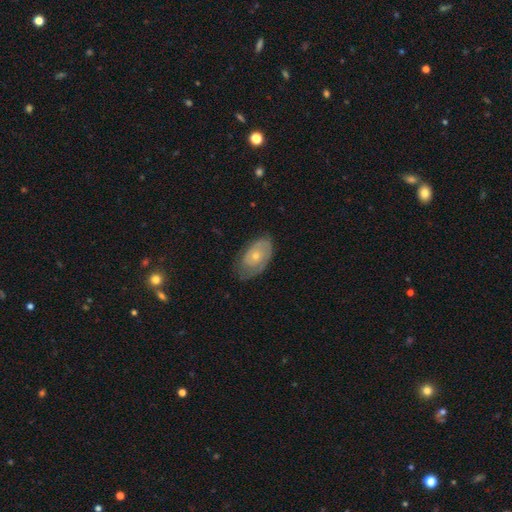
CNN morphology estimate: Smooth or featured? featured or disk (54%)
Edge-on disk? no (93%)
Bar? no (85%)
Spiral arms? yes (62%)
Bulge size? small (56%)
Merging? none (64%)